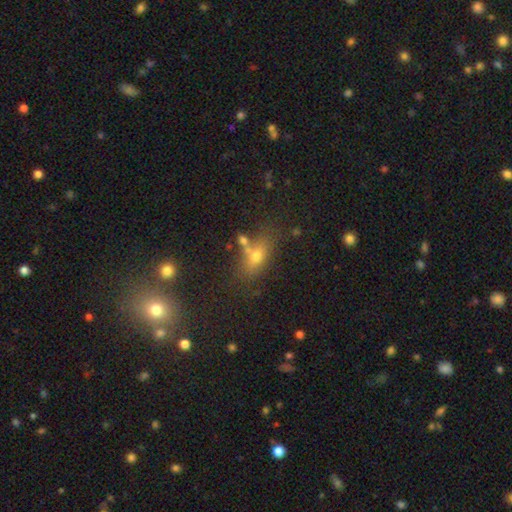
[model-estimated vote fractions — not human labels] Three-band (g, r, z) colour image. It shows a smooth galaxy with no disk features (64%) that is in between round and cigar-shaped (71%). Merging: none (62%).